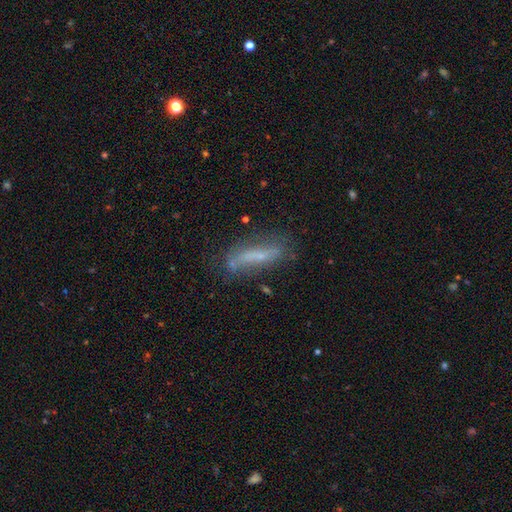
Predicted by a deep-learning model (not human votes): A featured or disk galaxy (51%).

Vote fractions:
- Smooth or featured? featured or disk: 51% / smooth: 40% / star or artifact: 10%
- Edge-on disk? no: 55% / yes: 45%
- Merging? none: 65% / minor disturbance: 22% / major disturbance: 9% / merger: 5%